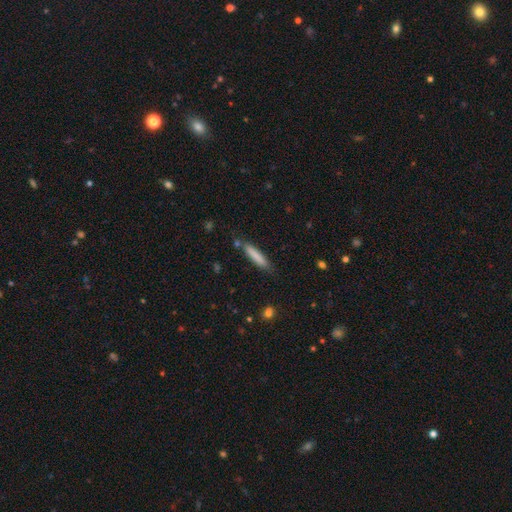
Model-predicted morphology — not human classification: Smooth or featured? Predicted: smooth (p=0.81). How rounded? Predicted: cigar-shaped (p=0.89). Merging? Predicted: none (p=0.80).